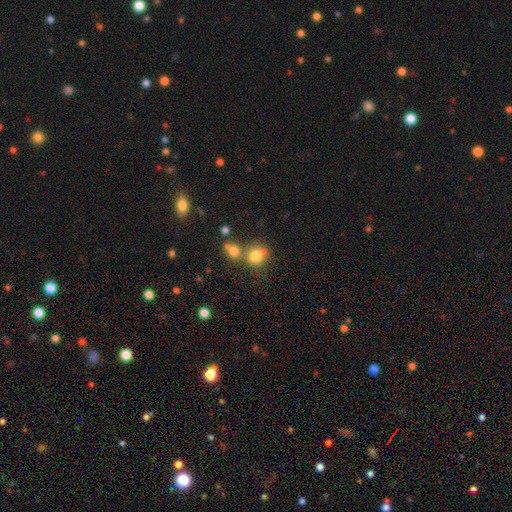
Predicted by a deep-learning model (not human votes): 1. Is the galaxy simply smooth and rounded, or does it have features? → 78% smooth, 12% star or artifact, 10% featured or disk.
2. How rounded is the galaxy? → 83% round, 16% in between, 1% cigar-shaped.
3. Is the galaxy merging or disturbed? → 49% none, 35% merger, 11% minor disturbance, 5% major disturbance.